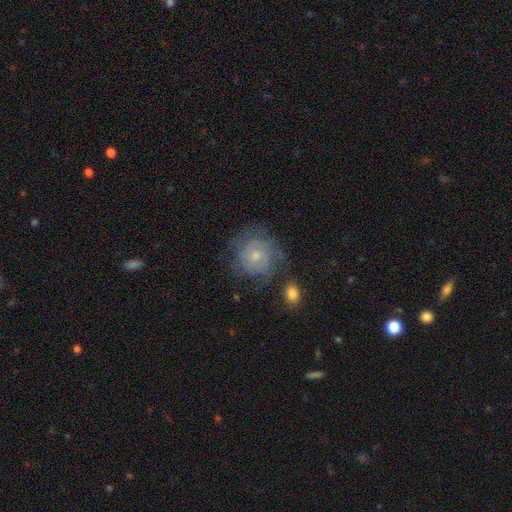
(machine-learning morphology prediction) Overall: featured or disk (53%; smooth 39%). Edge-on disk: no (97%). Bar: no (81%). Spiral arms: yes (74%). Bulge size: small (51%; moderate 42%). Merging: none (63%).